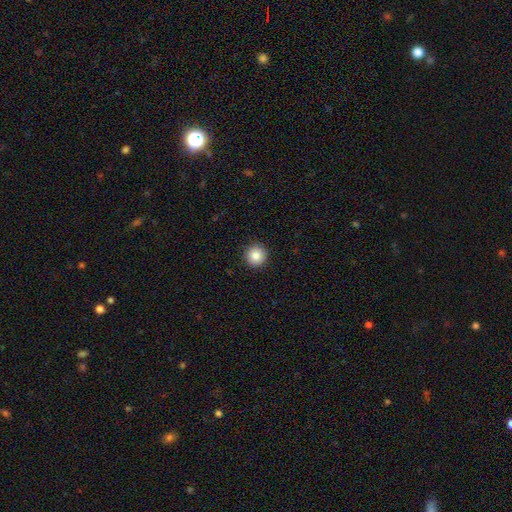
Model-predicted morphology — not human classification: This is clearly a smooth galaxy (85%). How rounded: clearly round (95%). Merging: clearly none (93%).